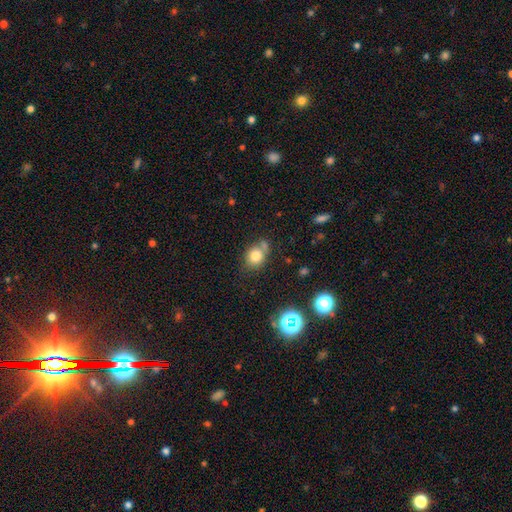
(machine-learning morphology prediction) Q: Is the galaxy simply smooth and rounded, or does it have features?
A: smooth — 77%.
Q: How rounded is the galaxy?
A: round — 59%.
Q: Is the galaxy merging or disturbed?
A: none — 58%.